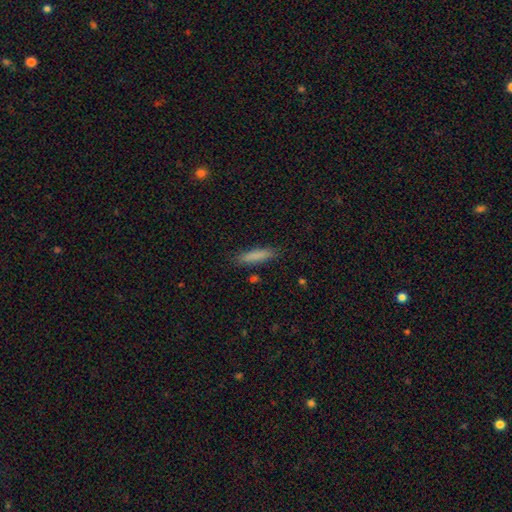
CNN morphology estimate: Smooth or featured: smooth — 83% (featured or disk — 10%)
How rounded: cigar-shaped — 81% (in between — 17%)
Merging: none — 85% (minor disturbance — 11%)